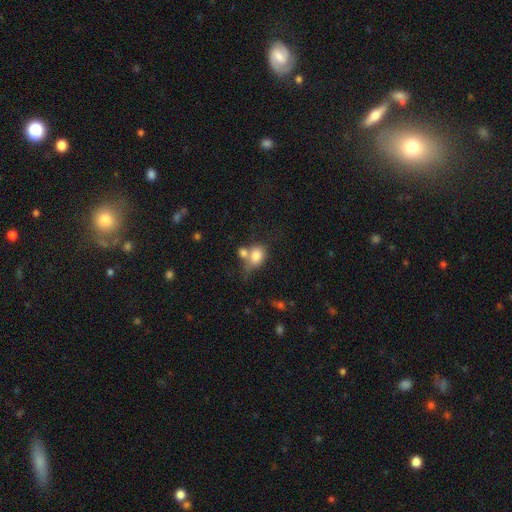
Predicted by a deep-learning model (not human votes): Morphology: type=smooth (78%); roundness=in between (51%); merging=merger (42%).